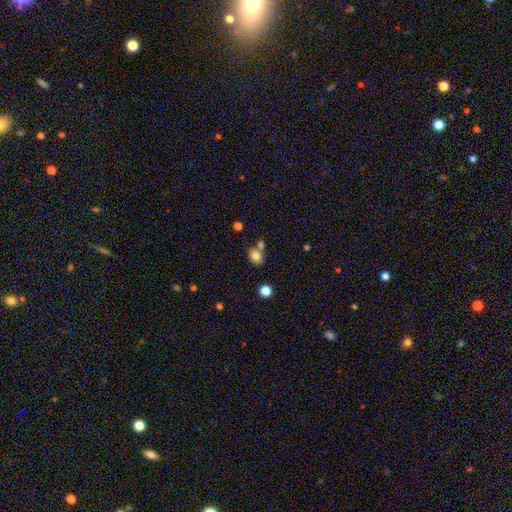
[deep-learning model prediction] A smooth galaxy with no disk features (80%) that is round (67%).

Vote fractions:
- Smooth or featured? smooth: 80% / star or artifact: 11% / featured or disk: 9%
- How rounded? round: 67% / in between: 32% / cigar-shaped: 1%
- Merging? none: 59% / merger: 25% / minor disturbance: 12% / major disturbance: 4%